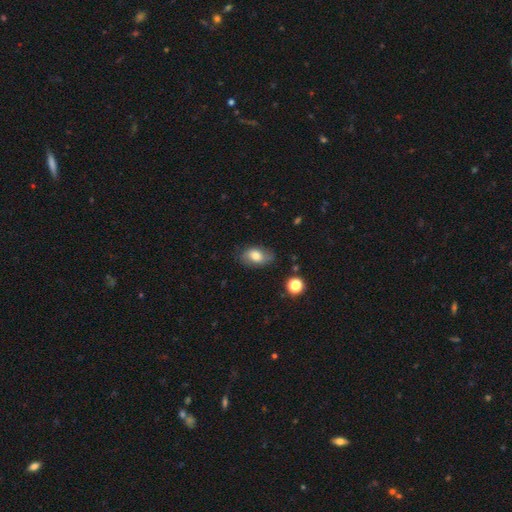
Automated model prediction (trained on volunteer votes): Overall: smooth (71%). How rounded: in between (88%). Merging: none (74%).